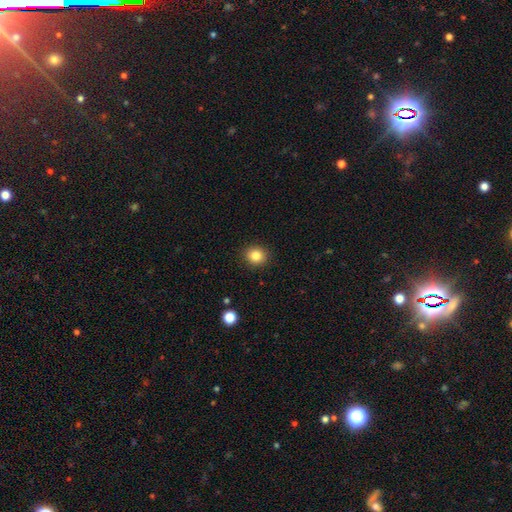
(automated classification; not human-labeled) smooth-or-featured: smooth: 84% | star or artifact: 11% | featured or disk: 5%
  how-rounded: round: 79% | in between: 20% | cigar-shaped: 1%
  merging: none: 91% | minor disturbance: 6% | major disturbance: 2% | merger: 1%